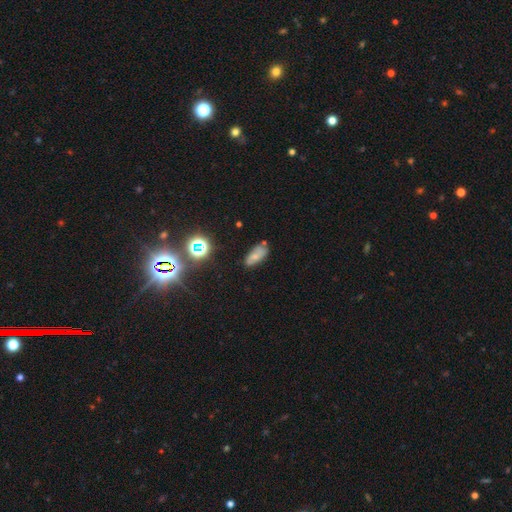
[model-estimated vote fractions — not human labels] smooth 59%, featured or disk 25%, star or artifact 17%. Down the decision tree: how rounded — in between (85%); merging — none (67%).